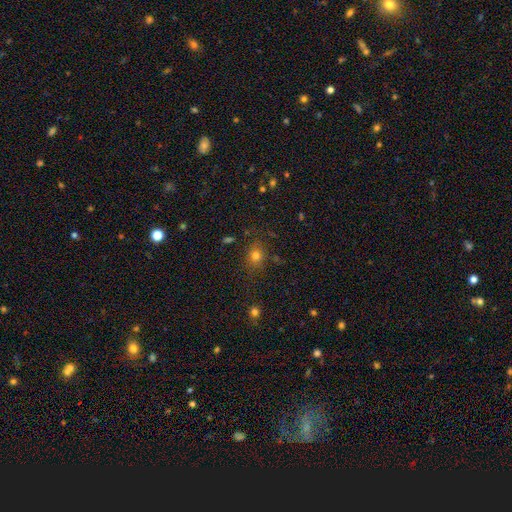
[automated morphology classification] This is likely a smooth galaxy (74%). How rounded: likely round (63%). Merging: likely none (79%).